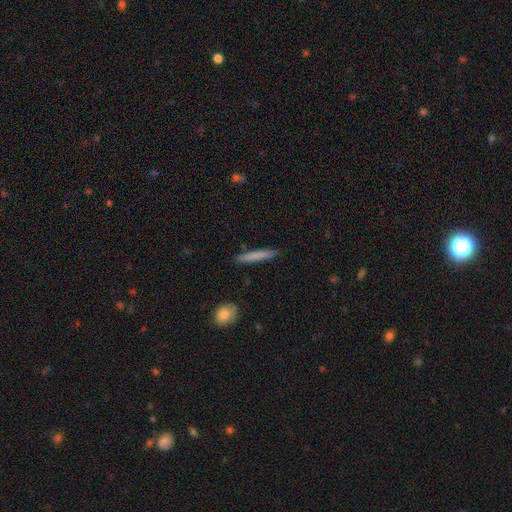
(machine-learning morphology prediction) A smooth galaxy with no disk features (76%) that is cigar-shaped (95%).

Vote fractions:
- Smooth or featured? smooth: 76% / featured or disk: 19% / star or artifact: 6%
- How rounded? cigar-shaped: 95% / in between: 4% / round: 1%
- Merging? none: 90% / minor disturbance: 7% / merger: 1% / major disturbance: 1%